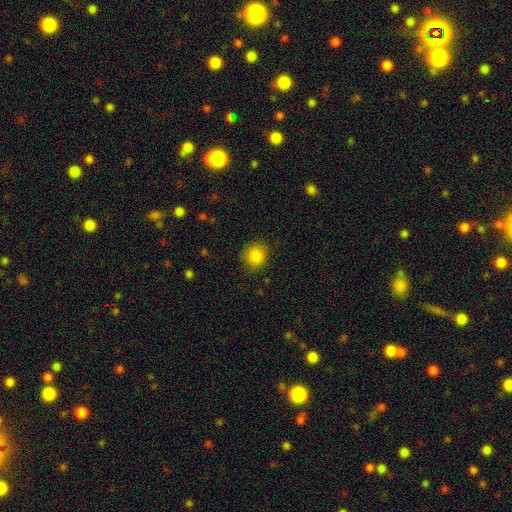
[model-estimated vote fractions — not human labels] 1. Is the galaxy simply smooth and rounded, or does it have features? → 87% smooth, 9% star or artifact, 4% featured or disk.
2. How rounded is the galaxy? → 81% round, 19% in between, 1% cigar-shaped.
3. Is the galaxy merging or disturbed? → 86% none, 10% minor disturbance, 3% major disturbance, 1% merger.